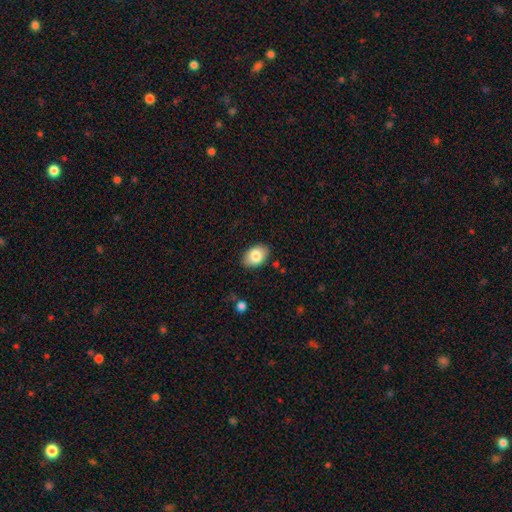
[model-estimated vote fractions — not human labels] This is clearly a smooth galaxy (81%). How rounded: clearly in between (87%). Merging: clearly none (85%).